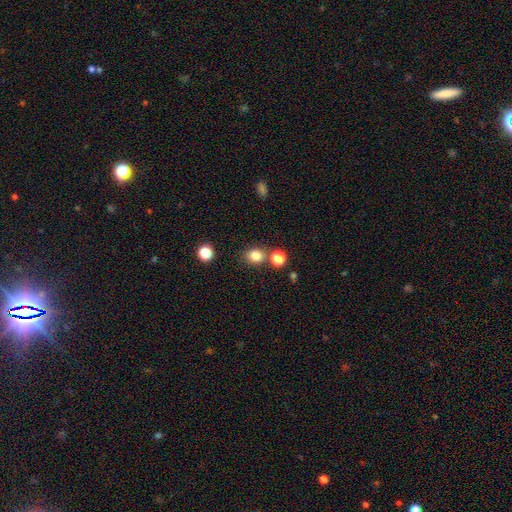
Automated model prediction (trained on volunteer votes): Smooth or featured: smooth — 82% (star or artifact — 13%)
How rounded: round — 62% (in between — 37%)
Merging: none — 71% (merger — 15%)